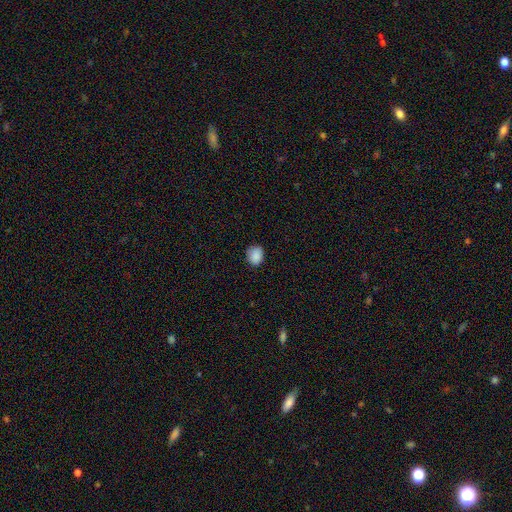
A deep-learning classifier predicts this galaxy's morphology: This appears to be a smooth galaxy with no disk features (88%) that is round (54%). Merging: none (77%).